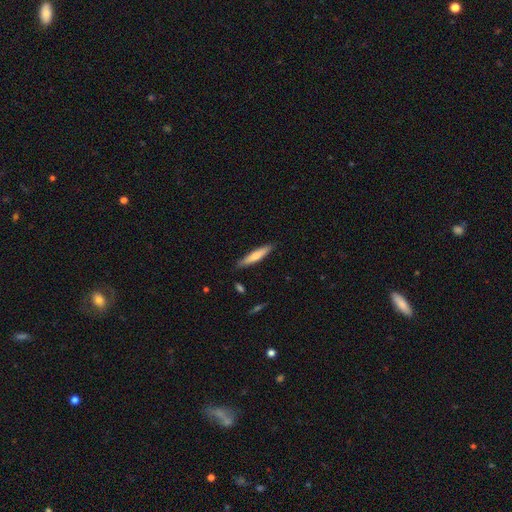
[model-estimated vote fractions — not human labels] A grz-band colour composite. It shows a smooth galaxy with no disk features (66%) that is cigar-shaped (88%). Merging: none (87%).